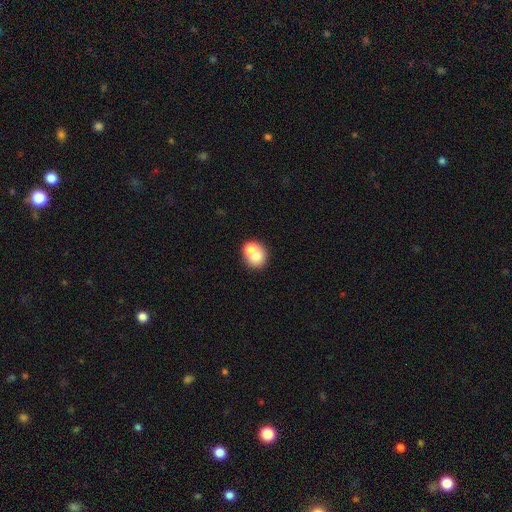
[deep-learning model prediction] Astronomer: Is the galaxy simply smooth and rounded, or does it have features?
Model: smooth — 67%.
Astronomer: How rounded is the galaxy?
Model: round — 73%.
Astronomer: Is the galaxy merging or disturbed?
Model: merger — 54% (runner-up: none, 35%).